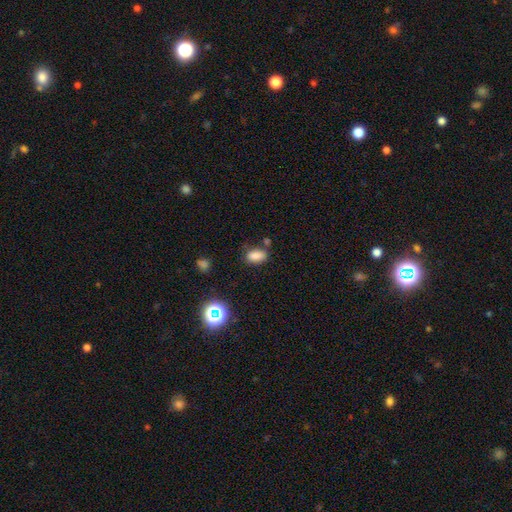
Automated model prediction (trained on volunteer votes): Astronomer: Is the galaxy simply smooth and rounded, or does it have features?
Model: smooth — 82%.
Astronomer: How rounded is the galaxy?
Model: in between — 87%.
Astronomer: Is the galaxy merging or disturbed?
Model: none — 72%.